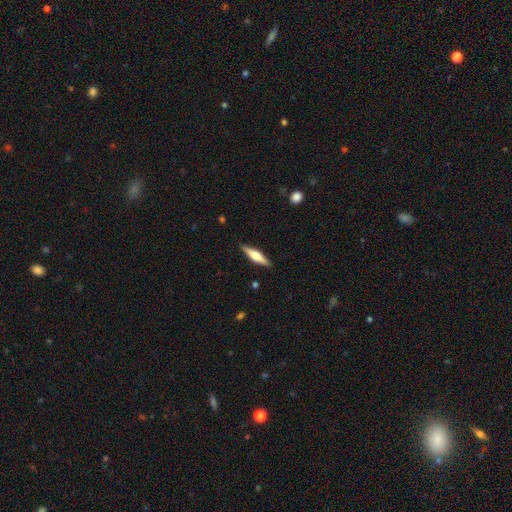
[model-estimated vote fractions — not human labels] smooth-or-featured: featured or disk: 53% | smooth: 41% | star or artifact: 6%
  disk-edge-on: yes: 96% | no: 4%
    edge-on-bulge: rounded: 86% | boxy: 10% | none: 4%
  merging: none: 89% | minor disturbance: 8% | major disturbance: 2% | merger: 1%